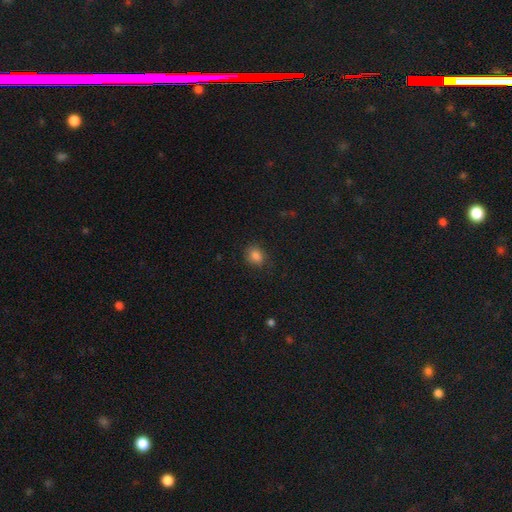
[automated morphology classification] type=smooth (83%); roundness=in between (55%); merging=none (77%).